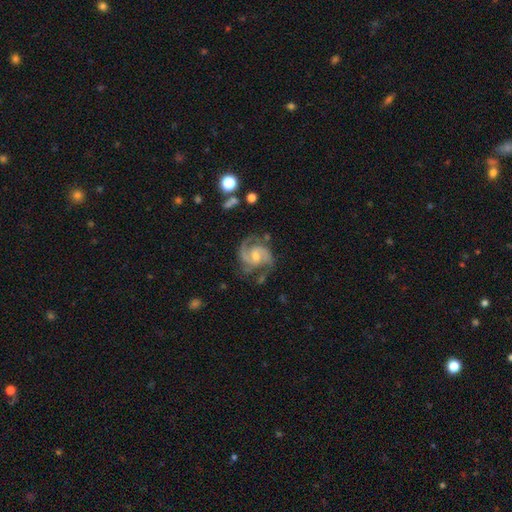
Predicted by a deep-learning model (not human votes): Smooth or featured: featured or disk — 90% (smooth — 5%)
Edge-on disk: no — 98% (yes — 2%)
Bar: no — 46% (weak — 44%)
Spiral arms: yes — 98% (no — 2%)
Spiral winding: medium — 57% (tight — 30%)
Spiral arm count: 2 — 72% (3 — 16%)
Bulge size: moderate — 49% (small — 44%)
Merging: none — 68% (minor disturbance — 20%)